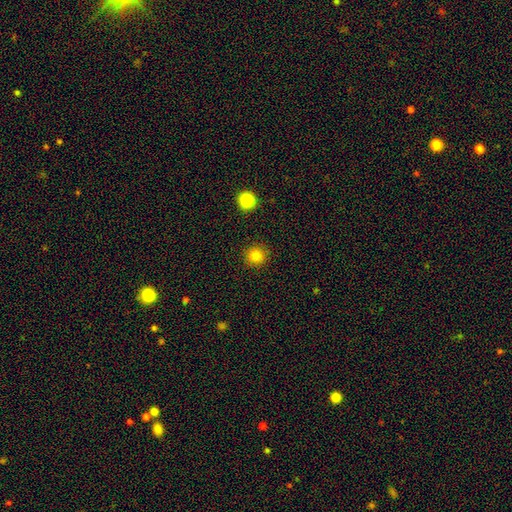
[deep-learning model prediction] Morphology: type=smooth (82%); roundness=round (94%); merging=none (91%).